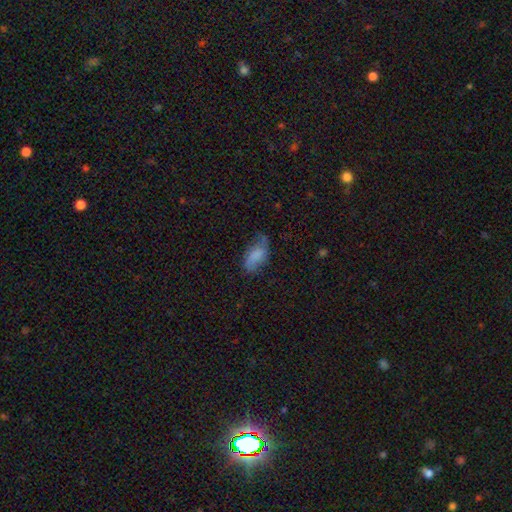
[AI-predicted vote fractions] This is likely a smooth galaxy (64%). How rounded: clearly in between (91%). Merging: possibly none (52%).